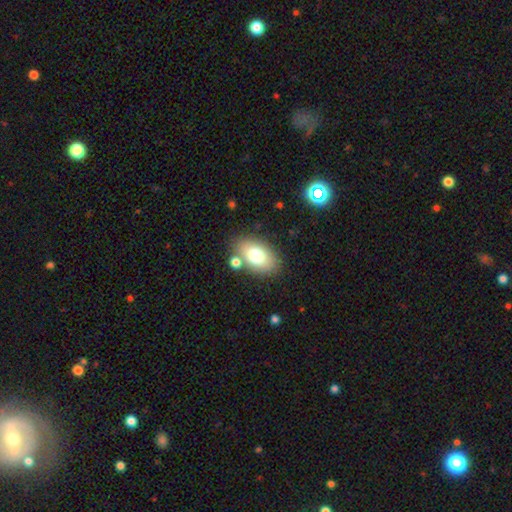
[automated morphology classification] This is likely a smooth galaxy (73%). How rounded: clearly in between (88%). Merging: likely none (75%).